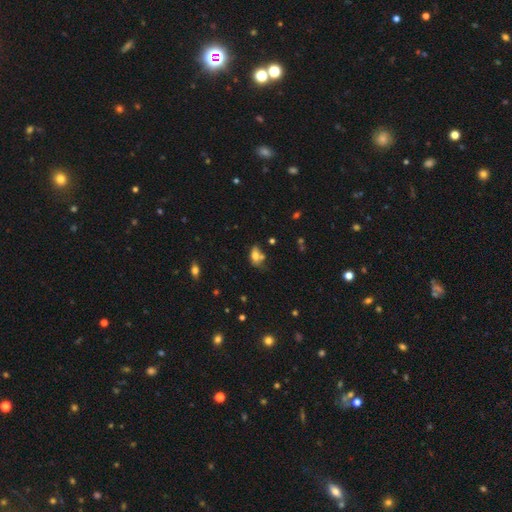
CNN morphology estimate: smooth 66%, featured or disk 21%, star or artifact 13%. Down the decision tree: how rounded — in between (79%); merging — none (37%).